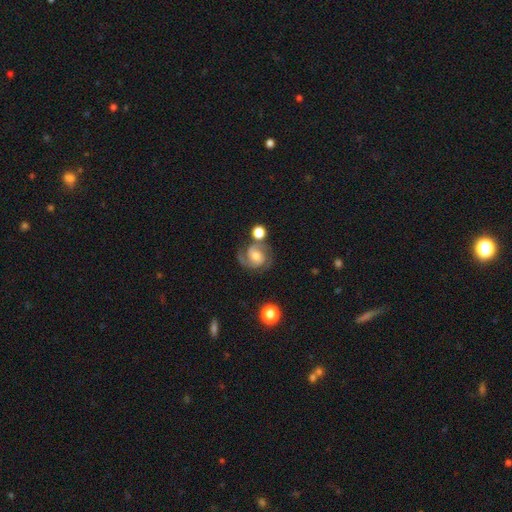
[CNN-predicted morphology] This is clearly a featured or disk galaxy (84%). It is clearly not viewed edge-on (98%). Bar: possibly no (56%). Spiral arm pattern: clearly yes (97%). Spiral arm count: likely 2 (74%). Spiral winding: possibly medium (47%). Central bulge: likely moderate (61%). Merging: likely none (63%).